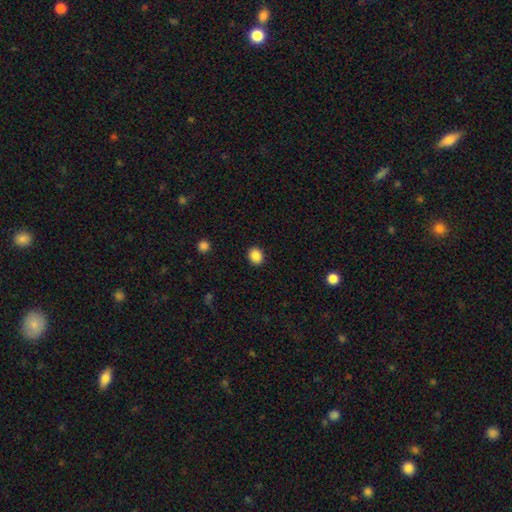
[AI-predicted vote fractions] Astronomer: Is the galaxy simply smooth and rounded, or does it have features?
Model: smooth — 88%.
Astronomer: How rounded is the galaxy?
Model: round — 61% (runner-up: in between, 38%).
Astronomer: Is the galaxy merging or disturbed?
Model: none — 90%.